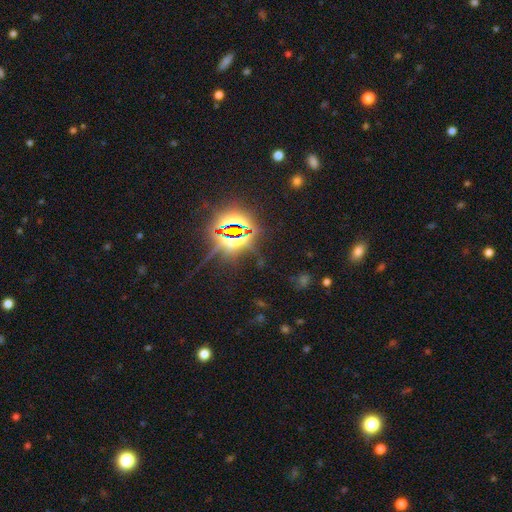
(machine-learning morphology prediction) This appears to be a star or artifact, not a galaxy (83%).